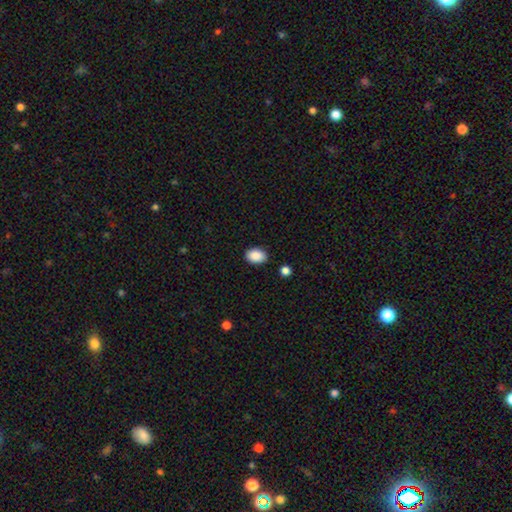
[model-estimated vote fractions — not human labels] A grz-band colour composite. It shows a smooth galaxy with no disk features (89%) that is in between round and cigar-shaped (85%). Merging: none (86%).